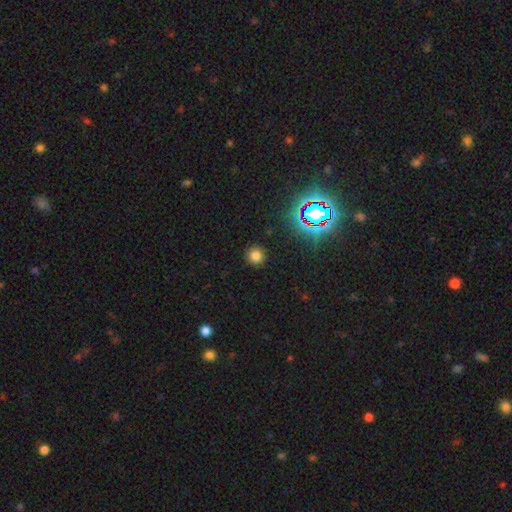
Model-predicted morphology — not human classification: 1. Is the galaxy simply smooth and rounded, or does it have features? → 76% smooth, 18% star or artifact, 6% featured or disk.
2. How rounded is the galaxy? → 92% round, 7% in between, 1% cigar-shaped.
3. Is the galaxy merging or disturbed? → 90% none, 6% minor disturbance, 2% major disturbance, 2% merger.